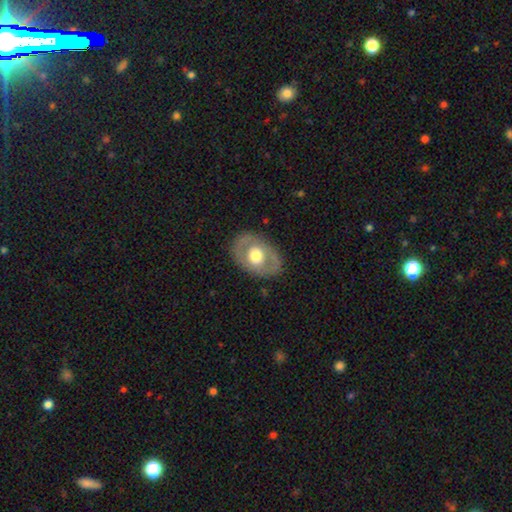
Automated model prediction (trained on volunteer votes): featured or disk 52%, smooth 43%, star or artifact 5%. Down the decision tree: edge-on disk — no (91%); merging — none (81%).